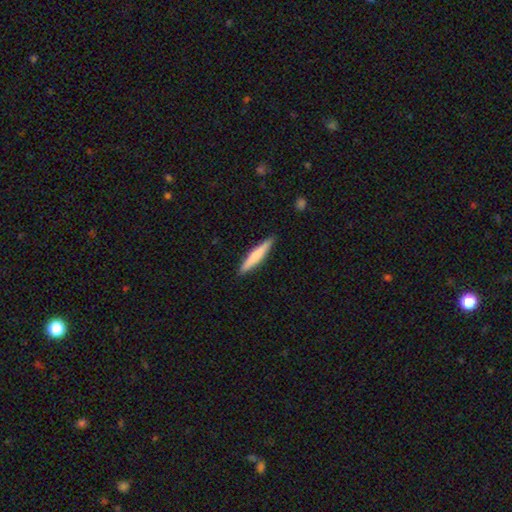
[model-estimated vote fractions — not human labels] Morphology: type=smooth (69%); roundness=cigar-shaped (93%); merging=none (91%).